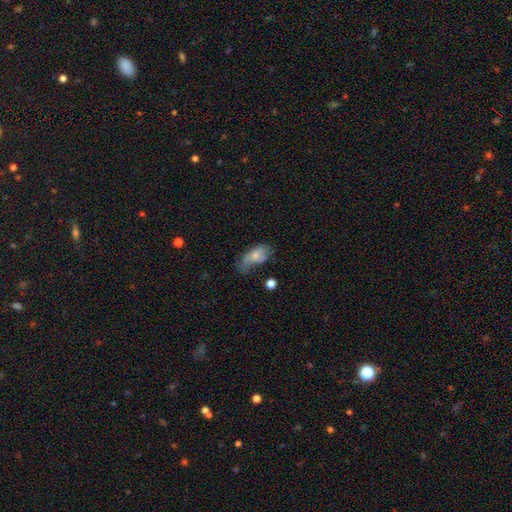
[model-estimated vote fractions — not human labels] Smooth or featured: smooth — 61% (featured or disk — 31%)
How rounded: in between — 90% (round — 6%)
Merging: major disturbance — 34% (minor disturbance — 33%)